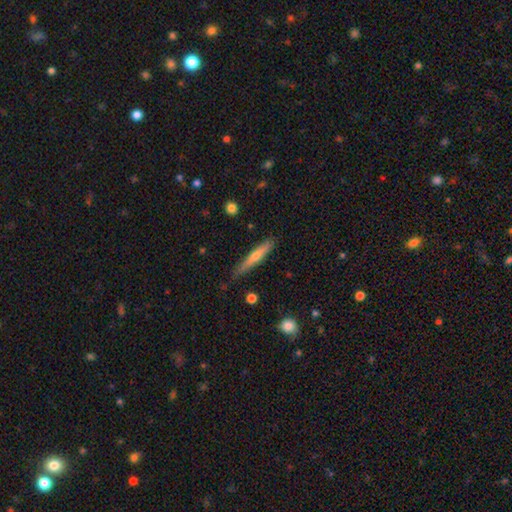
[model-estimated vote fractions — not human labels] smooth_or_featured: smooth (p=0.49) [alt: featured or disk p=0.45]
merging: none (p=0.81) [alt: minor disturbance p=0.15]